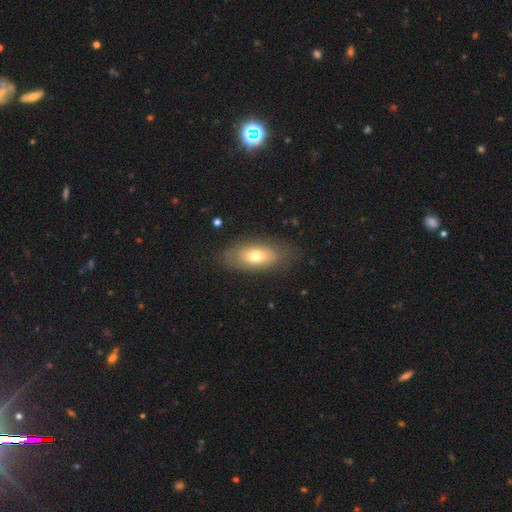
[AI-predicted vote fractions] Q: Smooth or featured?
A: smooth (67%); runner-up: featured or disk (24%)
Q: How rounded?
A: in between (84%); runner-up: cigar-shaped (10%)
Q: Merging?
A: none (77%); runner-up: minor disturbance (15%)